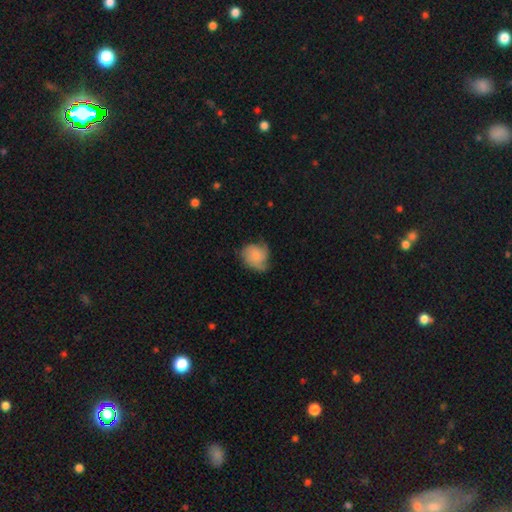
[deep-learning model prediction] This is possibly a smooth galaxy (49%). Merging: possibly none (54%).